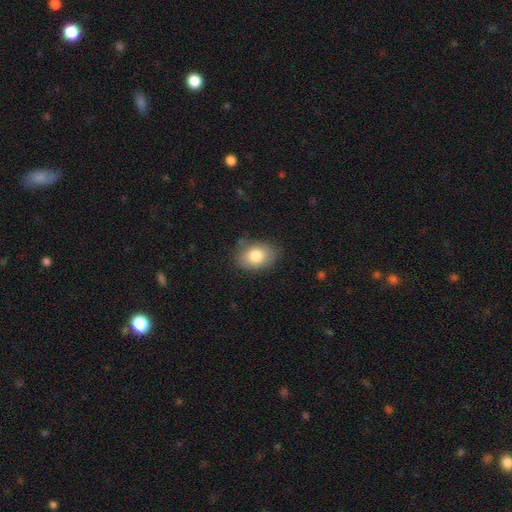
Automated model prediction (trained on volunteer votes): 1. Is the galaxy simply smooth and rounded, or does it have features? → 81% smooth, 11% featured or disk, 8% star or artifact.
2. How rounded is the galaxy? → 78% in between, 21% round, 1% cigar-shaped.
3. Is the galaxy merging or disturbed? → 80% none, 15% minor disturbance, 3% major disturbance, 2% merger.